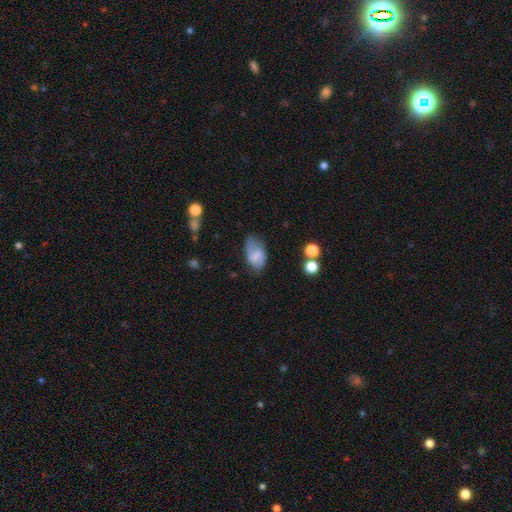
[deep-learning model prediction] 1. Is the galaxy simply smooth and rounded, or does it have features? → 57% smooth, 34% featured or disk, 9% star or artifact.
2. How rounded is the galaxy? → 91% in between, 7% round, 2% cigar-shaped.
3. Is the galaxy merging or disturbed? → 60% none, 28% minor disturbance, 10% major disturbance, 2% merger.